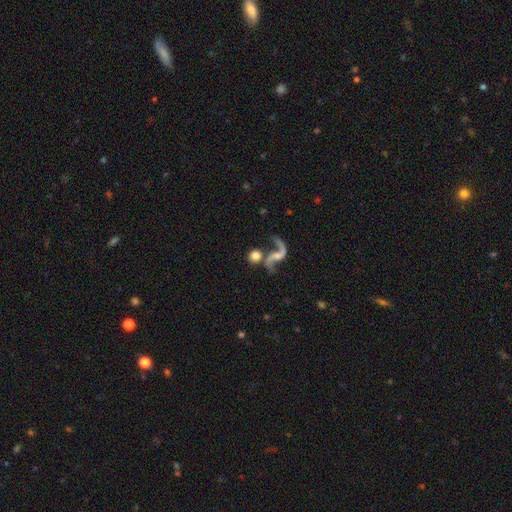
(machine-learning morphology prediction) The model was most divided on "smooth or featured": featured or disk: 52%, smooth: 38%, star or artifact: 9%. More confident: edge-on disk — no (95%); merging — none (53%).